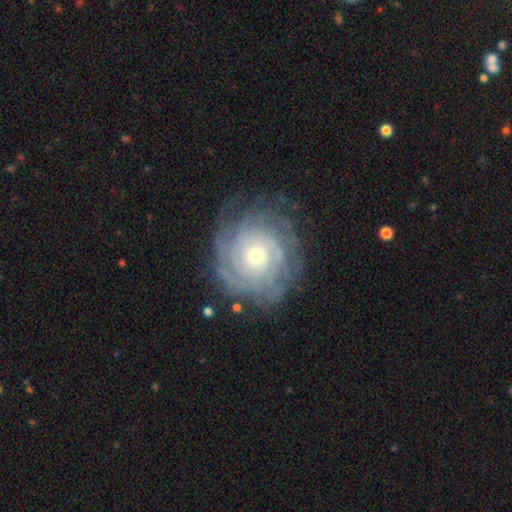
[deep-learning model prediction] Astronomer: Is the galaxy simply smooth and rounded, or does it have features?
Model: featured or disk — 83%.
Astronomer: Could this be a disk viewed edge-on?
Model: no — 97%.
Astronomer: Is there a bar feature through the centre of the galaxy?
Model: no — 81%.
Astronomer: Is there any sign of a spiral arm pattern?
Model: yes — 95%.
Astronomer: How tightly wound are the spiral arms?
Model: tight — 82%.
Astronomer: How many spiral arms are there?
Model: can't tell — 41% (runner-up: 4, 16%).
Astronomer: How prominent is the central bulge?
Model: small — 55% (runner-up: moderate, 41%).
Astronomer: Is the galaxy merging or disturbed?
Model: none — 77%.